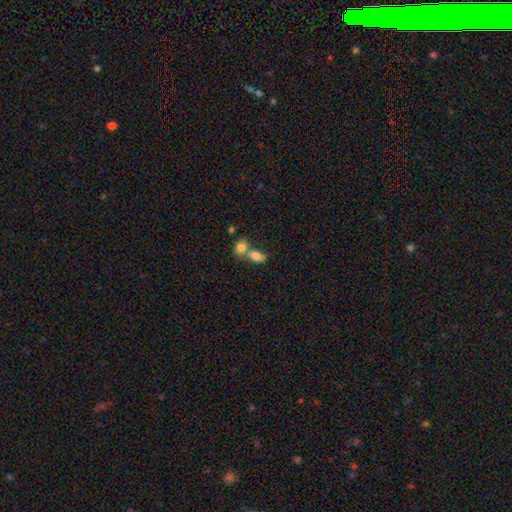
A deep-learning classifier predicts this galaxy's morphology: Overall: smooth (80%). How rounded: in between (84%). Merging: merger (61%; none 28%).